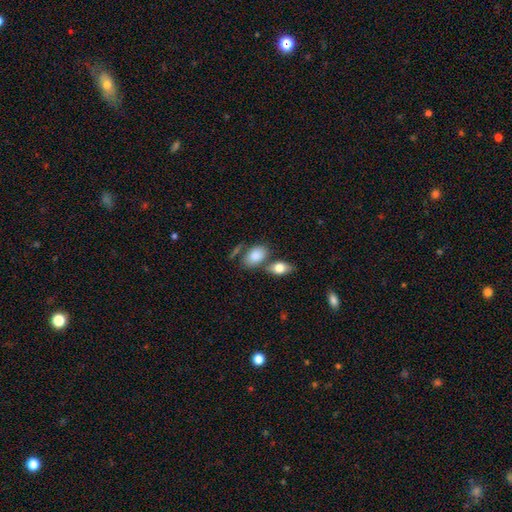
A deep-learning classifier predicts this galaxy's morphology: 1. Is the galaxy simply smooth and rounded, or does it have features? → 84% smooth, 10% featured or disk, 7% star or artifact.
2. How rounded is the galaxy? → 89% in between, 9% round, 2% cigar-shaped.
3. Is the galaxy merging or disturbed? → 52% none, 26% merger, 16% minor disturbance, 6% major disturbance.